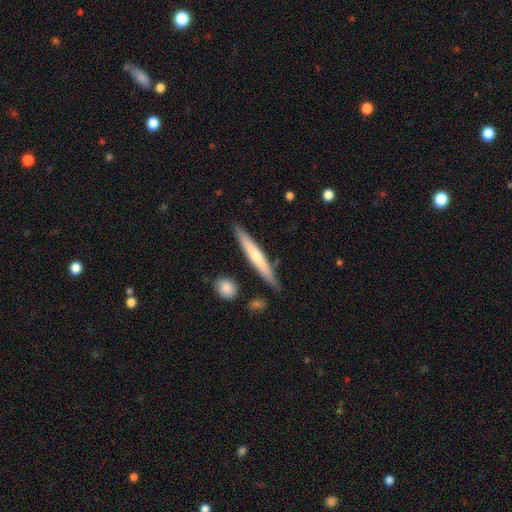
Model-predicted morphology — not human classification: A featured or disk galaxy (52%) viewed edge-on (95%).

Vote fractions:
- Smooth or featured? featured or disk: 52% / smooth: 41% / star or artifact: 7%
- Edge-on disk? yes: 95% / no: 5%
- Merging? none: 86% / minor disturbance: 9% / merger: 3% / major disturbance: 2%